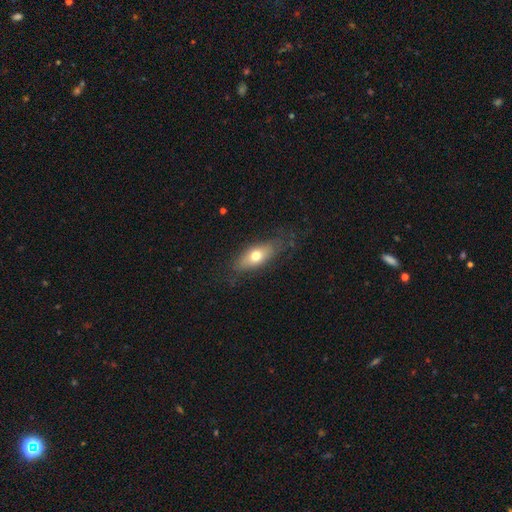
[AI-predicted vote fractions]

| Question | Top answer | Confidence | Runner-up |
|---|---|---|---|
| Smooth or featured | smooth | 66% | featured or disk (27%) |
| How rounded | in between | 76% | cigar-shaped (20%) |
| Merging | none | 74% | minor disturbance (18%) |